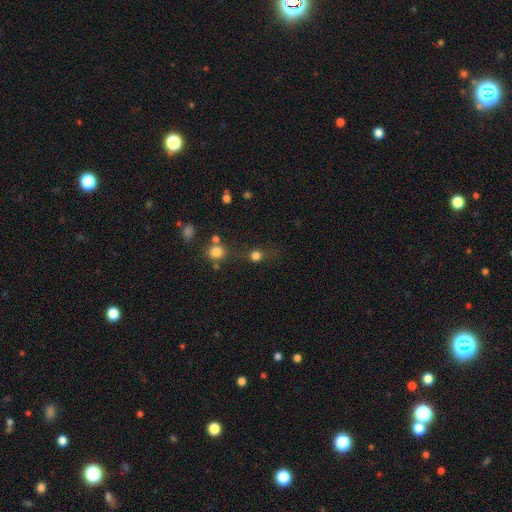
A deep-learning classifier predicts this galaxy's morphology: smooth 74%, star or artifact 19%, featured or disk 7%. Down the decision tree: how rounded — round (85%); merging — none (67%).